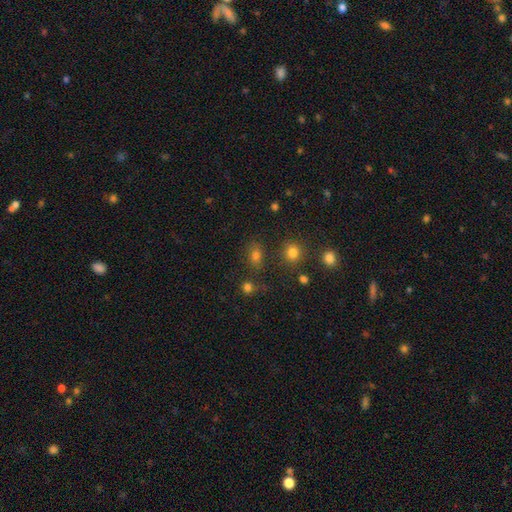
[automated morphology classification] Smooth or featured? Predicted: smooth (p=0.71). How rounded? Predicted: in between (p=0.62). Merging? Predicted: none (p=0.74).